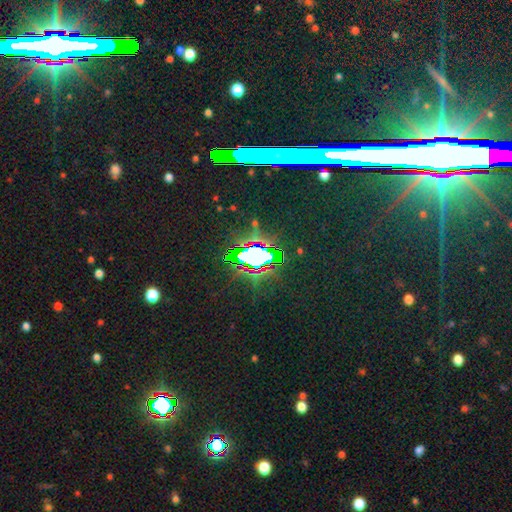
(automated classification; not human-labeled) Smooth or featured? star or artifact (72%)